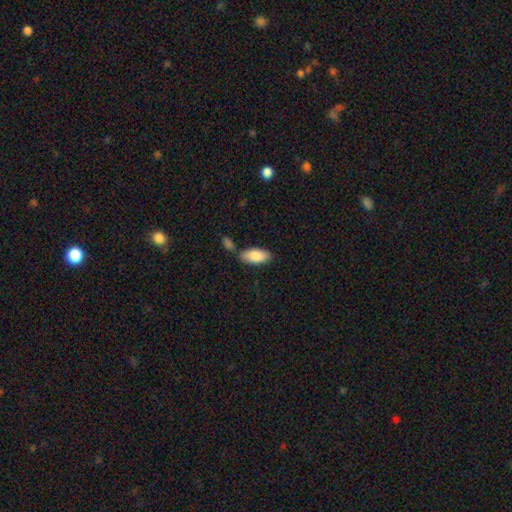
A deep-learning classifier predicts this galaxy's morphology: Q: Smooth or featured?
A: smooth (86%); runner-up: featured or disk (9%)
Q: How rounded?
A: in between (90%); runner-up: cigar-shaped (8%)
Q: Merging?
A: none (65%); runner-up: merger (16%)